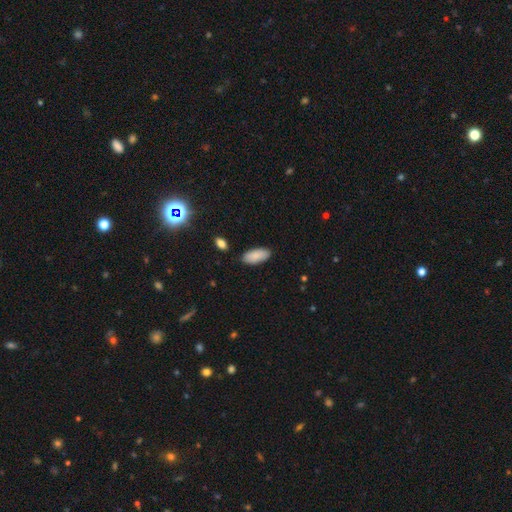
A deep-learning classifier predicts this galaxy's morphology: Smooth or featured? smooth (88%)
How rounded? in between (88%)
Merging? none (86%)